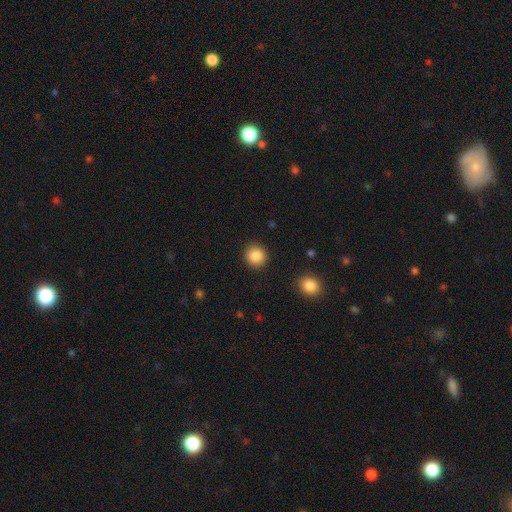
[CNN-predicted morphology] Q: Smooth or featured?
A: smooth (87%); runner-up: star or artifact (9%)
Q: How rounded?
A: round (91%); runner-up: in between (8%)
Q: Merging?
A: none (90%); runner-up: minor disturbance (6%)